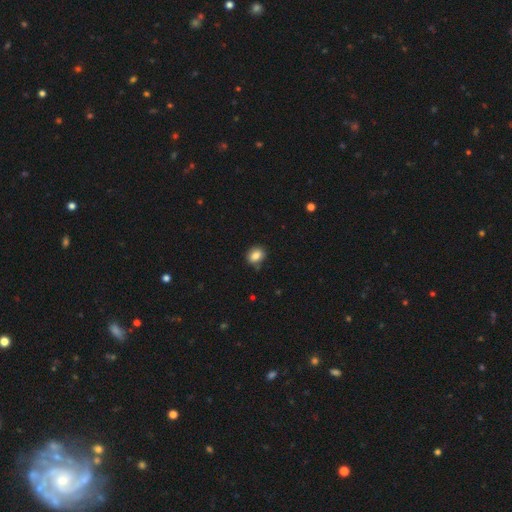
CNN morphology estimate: A smooth galaxy with no disk features (84%) that is in between round and cigar-shaped (50%).

Vote fractions:
- Smooth or featured? smooth: 84% / star or artifact: 9% / featured or disk: 7%
- How rounded? in between: 50% / round: 49% / cigar-shaped: 1%
- Merging? none: 80% / minor disturbance: 15% / major disturbance: 3% / merger: 3%